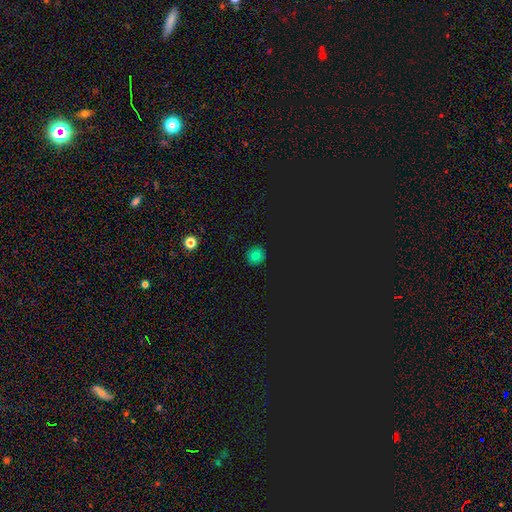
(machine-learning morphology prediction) Overall: smooth (76%). How rounded: round (92%). Merging: none (91%).